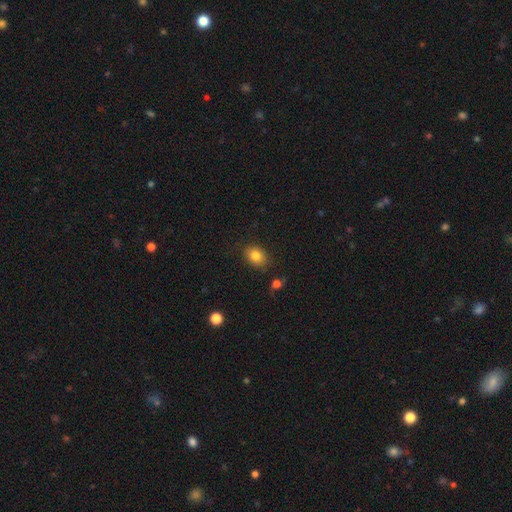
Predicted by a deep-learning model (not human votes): Overall: smooth (83%). How rounded: in between (61%; round 38%). Merging: none (83%).